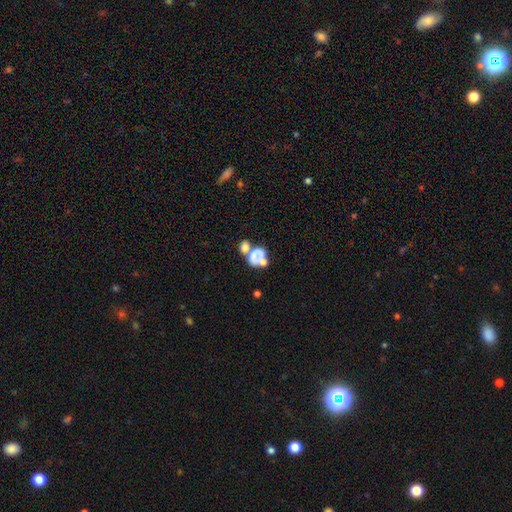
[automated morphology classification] Smooth or featured? Predicted: smooth (p=0.50). How rounded? Predicted: in between (p=0.55). Merging? Predicted: merger (p=0.50).